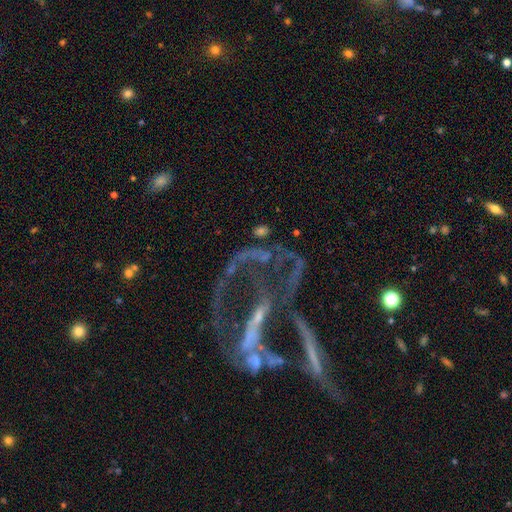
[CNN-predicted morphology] Smooth or featured? featured or disk (66%)
Edge-on disk? no (92%)
Bar? no (49%)
Spiral arms? no (52%)
Bulge size? none (43%)
Merging? major disturbance (37%)